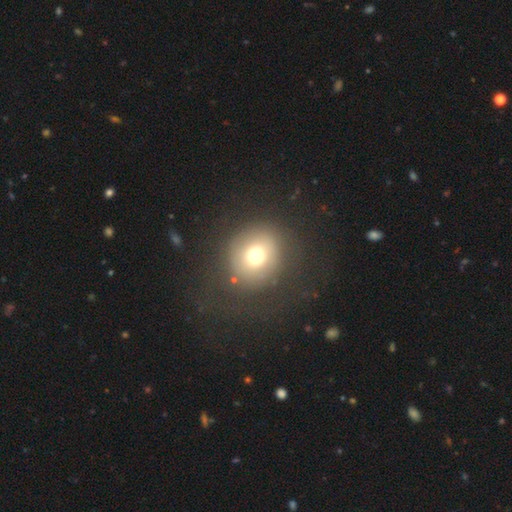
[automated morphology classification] Smooth or featured: smooth — 69% (featured or disk — 16%)
How rounded: round — 84% (in between — 15%)
Merging: none — 74% (major disturbance — 12%)